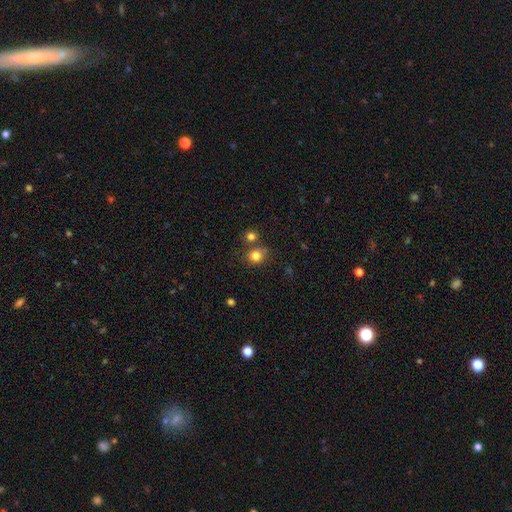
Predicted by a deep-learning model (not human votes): A smooth galaxy with no disk features (81%) that is round (80%).

Vote fractions:
- Smooth or featured? smooth: 81% / star or artifact: 12% / featured or disk: 7%
- How rounded? round: 80% / in between: 19% / cigar-shaped: 1%
- Merging? none: 65% / merger: 17% / minor disturbance: 14% / major disturbance: 4%